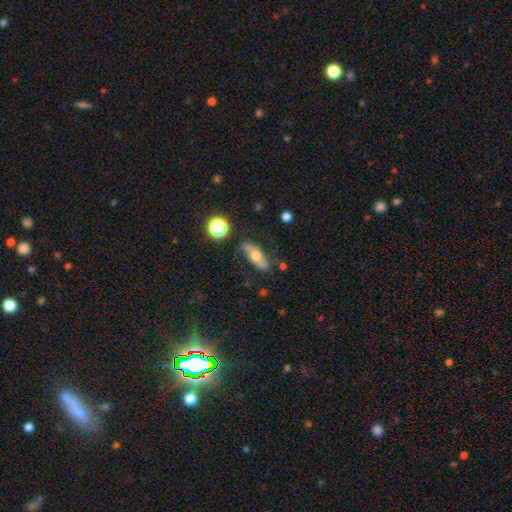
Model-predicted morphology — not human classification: smooth-or-featured: smooth: 50% | featured or disk: 41% | star or artifact: 10%
  merging: none: 73% | minor disturbance: 18% | major disturbance: 6% | merger: 3%